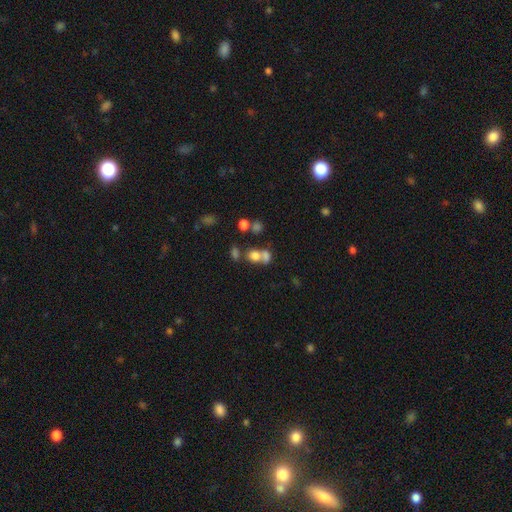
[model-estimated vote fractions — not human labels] smooth 71%, star or artifact 15%, featured or disk 14%. Down the decision tree: how rounded — round (59%); merging — merger (55%).